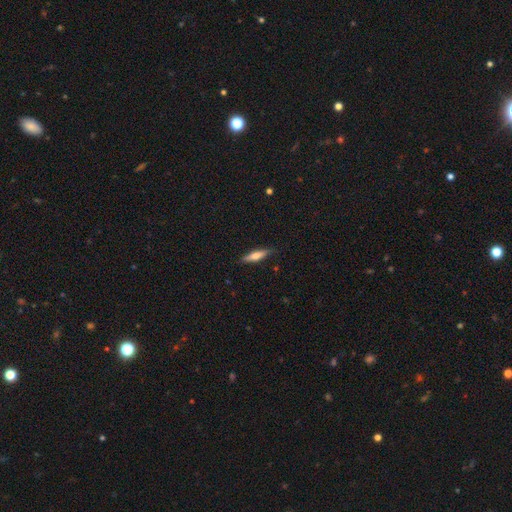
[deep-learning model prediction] Smooth or featured? Predicted: smooth (p=0.53). How rounded? Predicted: cigar-shaped (p=0.76). Merging? Predicted: none (p=0.85).